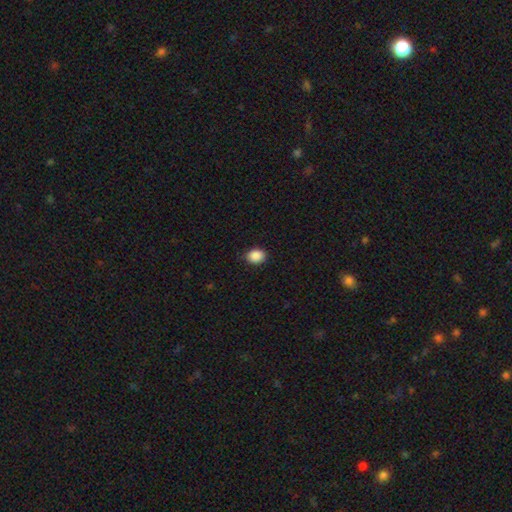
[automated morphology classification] smooth 89%, star or artifact 9%, featured or disk 3%. Down the decision tree: how rounded — in between (56%); merging — none (84%).